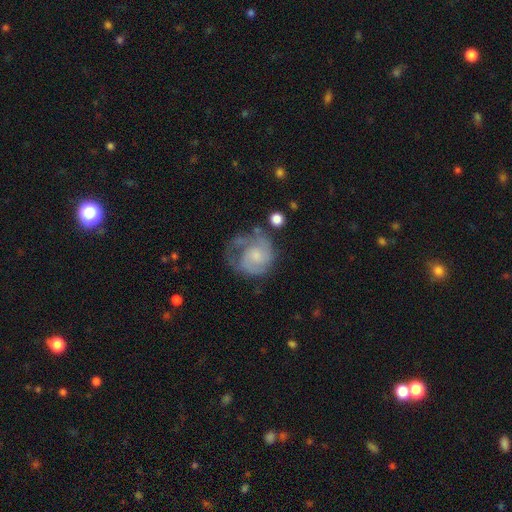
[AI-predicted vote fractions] featured or disk 68%, smooth 25%, star or artifact 7%. Down the decision tree: edge-on disk — no (98%); bar — no (69%); spiral arms — yes (85%); spiral arm count — 2 (44%); spiral winding — tight (44%); bulge size — small (36%); merging — none (43%).